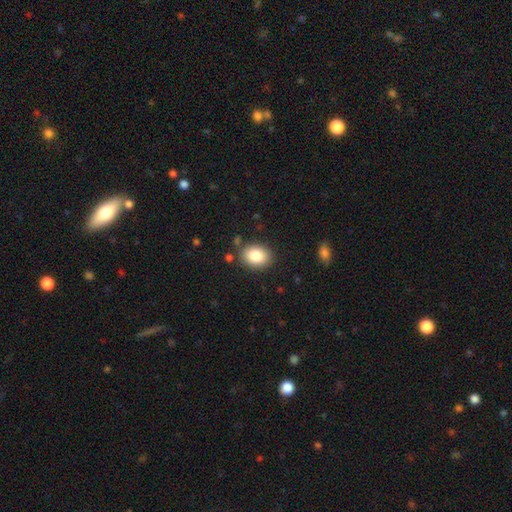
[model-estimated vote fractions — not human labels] Smooth or featured: smooth — 85% (star or artifact — 8%)
How rounded: in between — 65% (round — 34%)
Merging: none — 84% (minor disturbance — 10%)